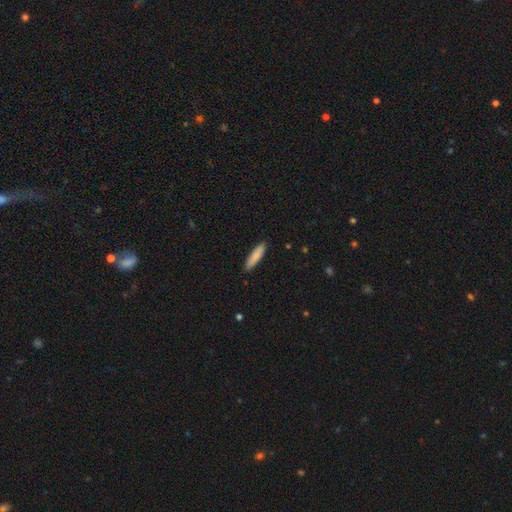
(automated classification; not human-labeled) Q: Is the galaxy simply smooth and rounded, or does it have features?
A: smooth — 85%.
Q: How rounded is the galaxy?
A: cigar-shaped — 77%.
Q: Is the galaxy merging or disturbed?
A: none — 88%.